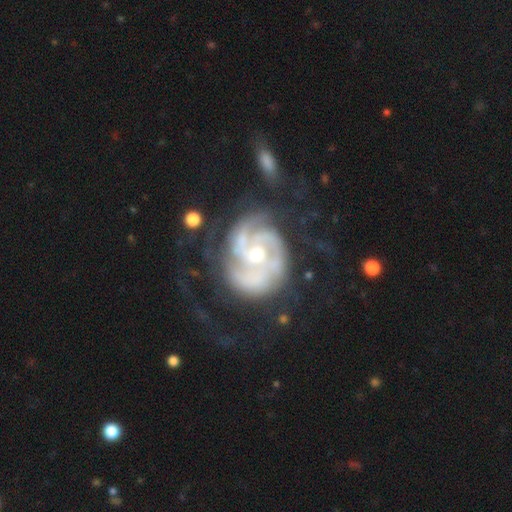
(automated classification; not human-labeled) Smooth or featured? featured or disk (90%)
Edge-on disk? no (98%)
Bar? no (60%)
Spiral arms? yes (97%)
Spiral winding? tight (56%)
Spiral arm count? 2 (39%)
Bulge size? moderate (62%)
Merging? none (55%)